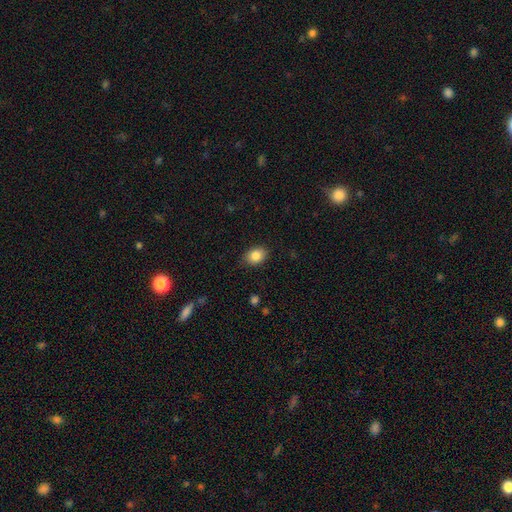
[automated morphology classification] Overall: smooth (86%). How rounded: in between (69%; round 30%). Merging: none (85%).